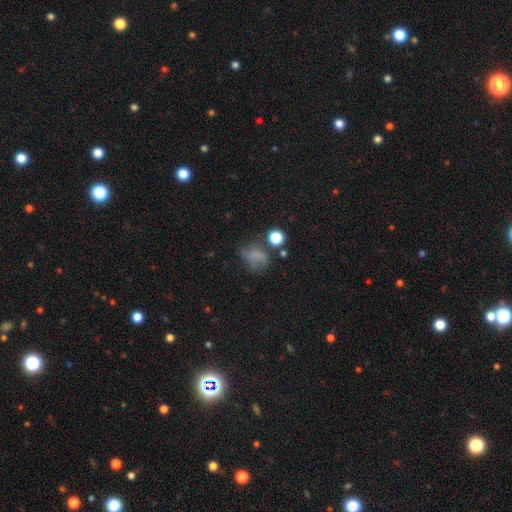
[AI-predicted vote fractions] The model was most divided on "how rounded": in between: 50%, round: 48%, cigar-shaped: 2%. Remaining: smooth or featured — smooth (63%); merging — none (43%).